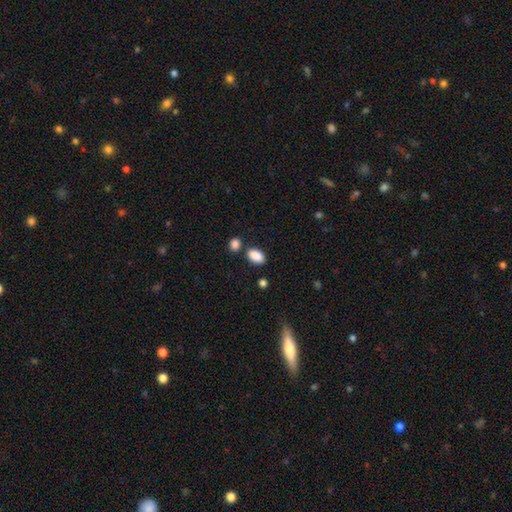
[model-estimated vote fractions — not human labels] Smooth or featured: smooth — 89% (star or artifact — 8%)
How rounded: in between — 90% (round — 8%)
Merging: none — 74% (minor disturbance — 12%)